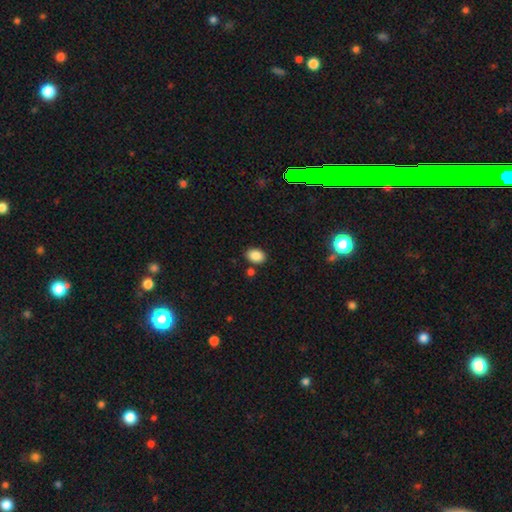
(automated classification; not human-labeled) Smooth or featured? Predicted: smooth (p=0.88). How rounded? Predicted: in between (p=0.82). Merging? Predicted: none (p=0.81).